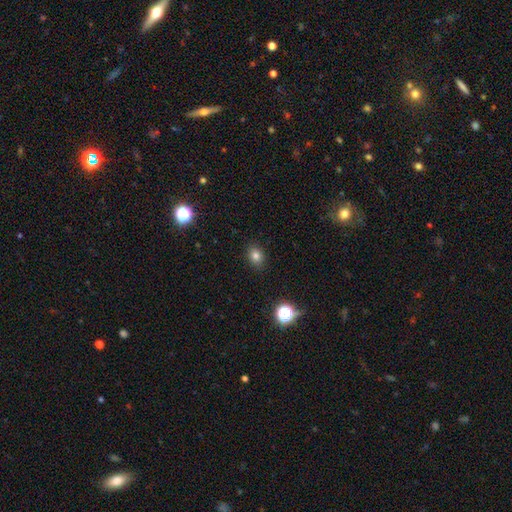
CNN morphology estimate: This is likely a smooth galaxy (79%). How rounded: possibly in between (55%). Merging: clearly none (88%).